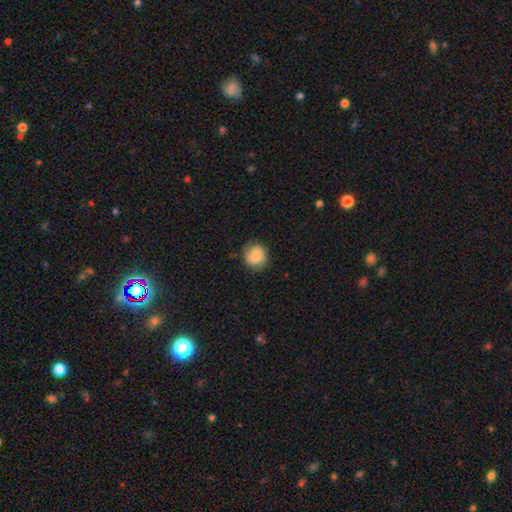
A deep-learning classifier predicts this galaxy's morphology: type=smooth (78%); roundness=round (83%); merging=none (77%).